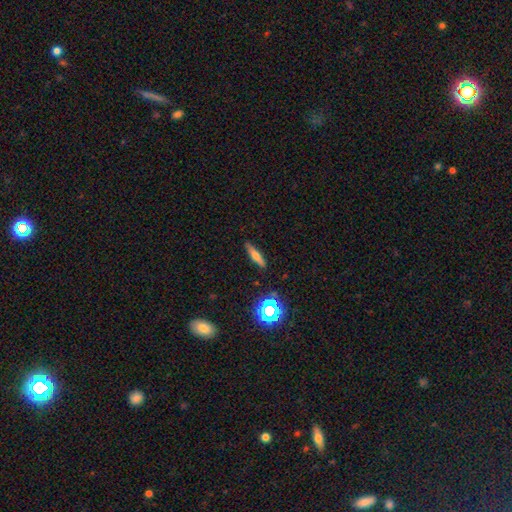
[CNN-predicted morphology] Smooth or featured: smooth — 52% (featured or disk — 35%)
How rounded: cigar-shaped — 80% (in between — 16%)
Merging: none — 87% (minor disturbance — 9%)